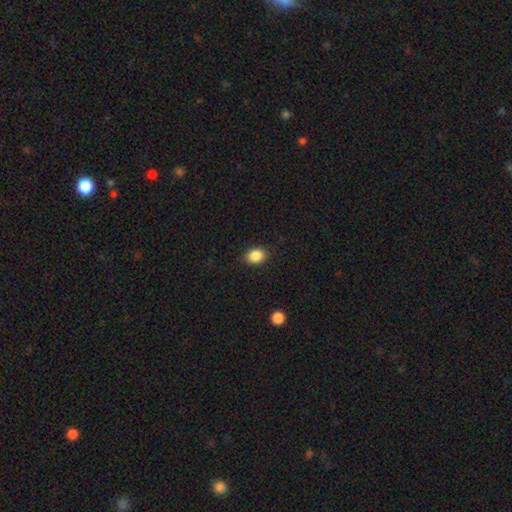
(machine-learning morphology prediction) Smooth or featured: smooth — 87% (star or artifact — 9%)
How rounded: in between — 56% (round — 43%)
Merging: none — 88% (minor disturbance — 9%)